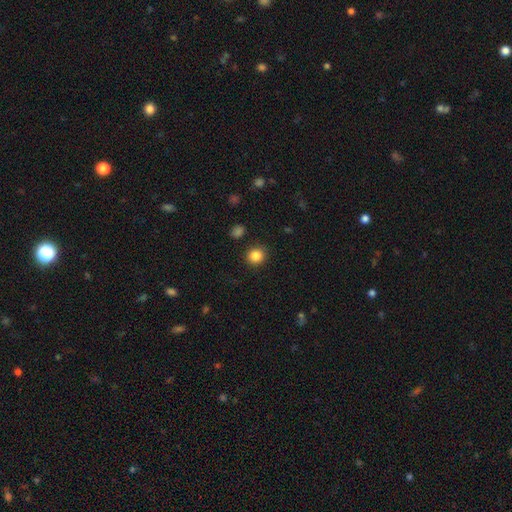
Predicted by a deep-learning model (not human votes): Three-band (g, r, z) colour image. It shows a smooth galaxy with no disk features (85%) that is round (85%). Merging: none (89%).